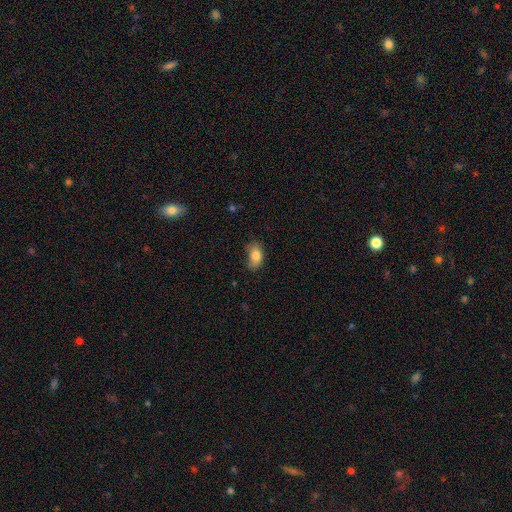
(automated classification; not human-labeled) Overall: smooth (83%). How rounded: in between (87%). Merging: none (60%; minor disturbance 30%).